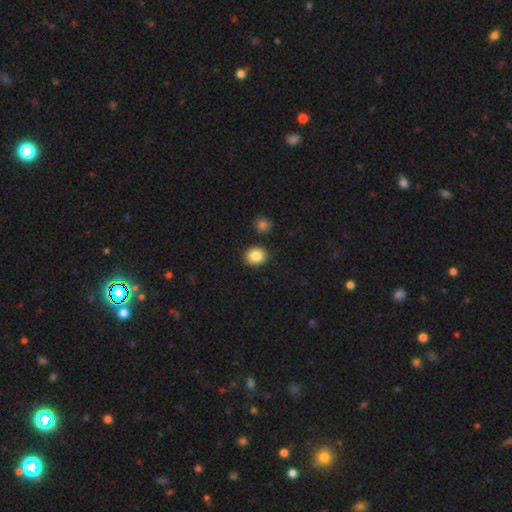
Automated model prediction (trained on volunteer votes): smooth 86%, star or artifact 9%, featured or disk 5%. Down the decision tree: how rounded — round (72%); merging — none (88%).